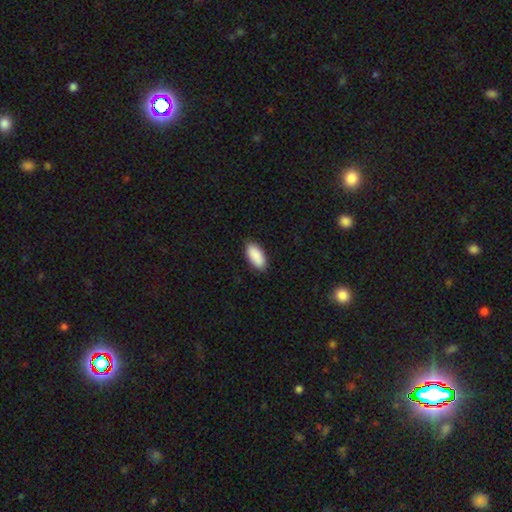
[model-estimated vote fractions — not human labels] Smooth or featured? Predicted: smooth (p=0.91). How rounded? Predicted: in between (p=0.92). Merging? Predicted: none (p=0.87).